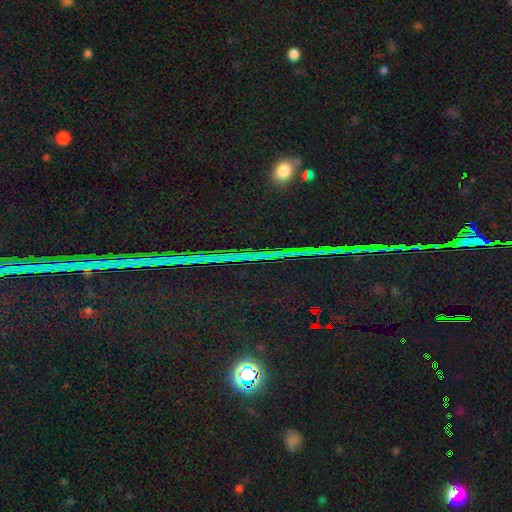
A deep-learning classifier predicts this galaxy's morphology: Smooth or featured?
  - star or artifact: 80% *
  - smooth: 12%
  - featured or disk: 7%